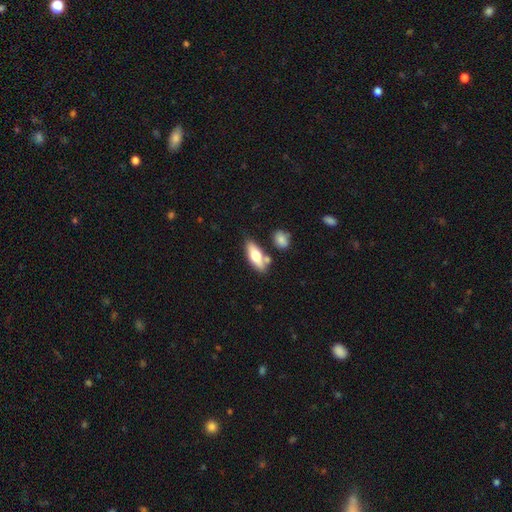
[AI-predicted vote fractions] A smooth galaxy with no disk features (64%) that is in between round and cigar-shaped (68%). Merging: none (65%).